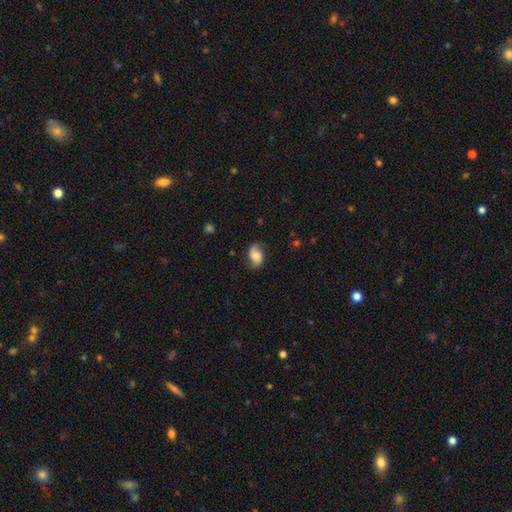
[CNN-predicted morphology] smooth-or-featured: smooth: 52% | featured or disk: 39% | star or artifact: 9%
  how-rounded: in between: 80% | round: 18% | cigar-shaped: 2%
  merging: none: 72% | minor disturbance: 20% | major disturbance: 6% | merger: 1%